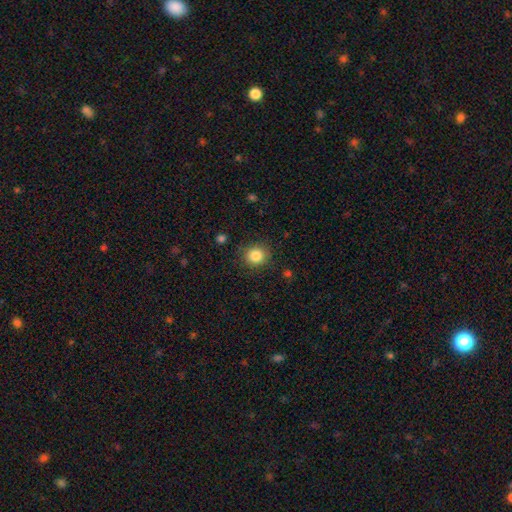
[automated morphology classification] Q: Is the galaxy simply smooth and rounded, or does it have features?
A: smooth — 85%.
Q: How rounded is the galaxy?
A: round — 89%.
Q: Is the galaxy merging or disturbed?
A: none — 88%.